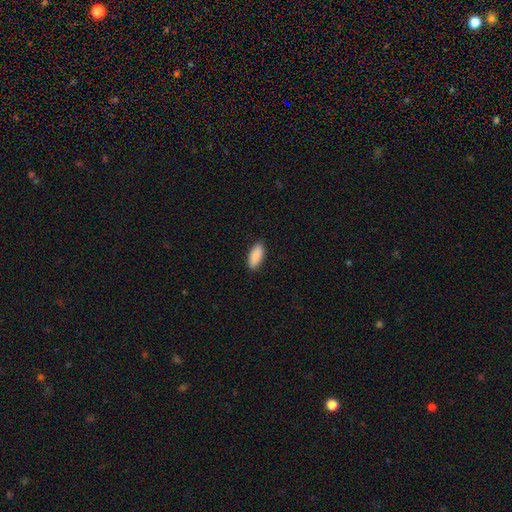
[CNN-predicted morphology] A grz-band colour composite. It shows a smooth galaxy with no disk features (91%) that is in between round and cigar-shaped (85%). Merging: none (89%).